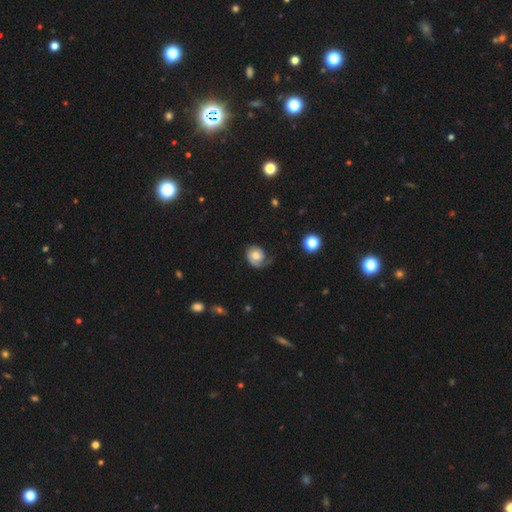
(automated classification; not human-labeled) Smooth or featured? featured or disk (52%)
Edge-on disk? no (97%)
Bar? no (78%)
Spiral arms? yes (84%)
Bulge size? moderate (64%)
Merging? none (52%)